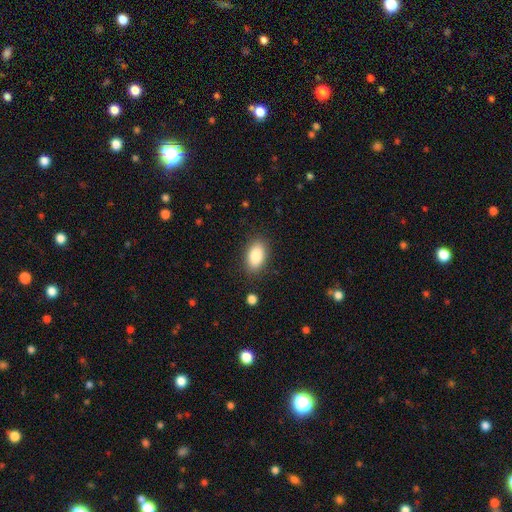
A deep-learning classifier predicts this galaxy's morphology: smooth-or-featured: smooth: 86% | star or artifact: 7% | featured or disk: 6%
  how-rounded: in between: 92% | round: 6% | cigar-shaped: 2%
  merging: none: 86% | minor disturbance: 10% | major disturbance: 3% | merger: 1%